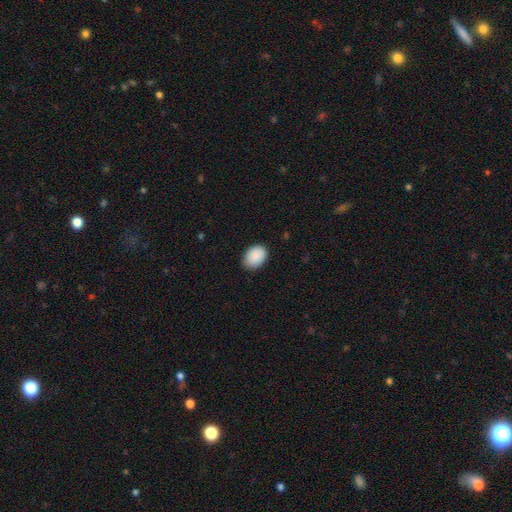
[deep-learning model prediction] Overall: smooth (90%). How rounded: in between (78%). Merging: none (81%).